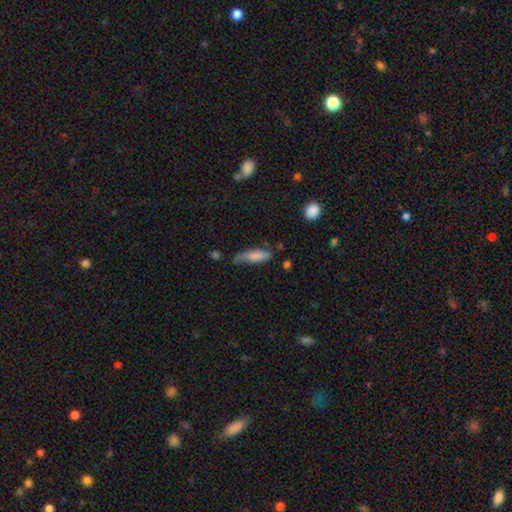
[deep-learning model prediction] A smooth galaxy with no disk features (77%) that is cigar-shaped (63%).

Vote fractions:
- Smooth or featured? smooth: 77% / featured or disk: 16% / star or artifact: 7%
- How rounded? cigar-shaped: 63% / in between: 35% / round: 2%
- Merging? none: 46% / minor disturbance: 36% / major disturbance: 12% / merger: 5%